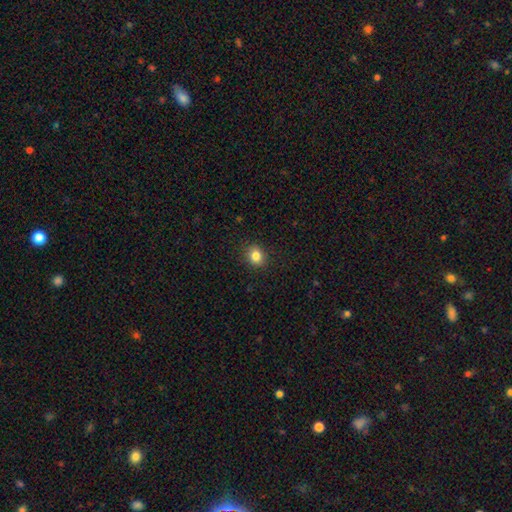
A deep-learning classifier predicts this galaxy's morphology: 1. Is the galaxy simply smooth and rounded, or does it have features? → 84% smooth, 11% star or artifact, 6% featured or disk.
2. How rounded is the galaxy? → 65% round, 34% in between, 1% cigar-shaped.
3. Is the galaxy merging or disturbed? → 89% none, 8% minor disturbance, 2% major disturbance, 1% merger.